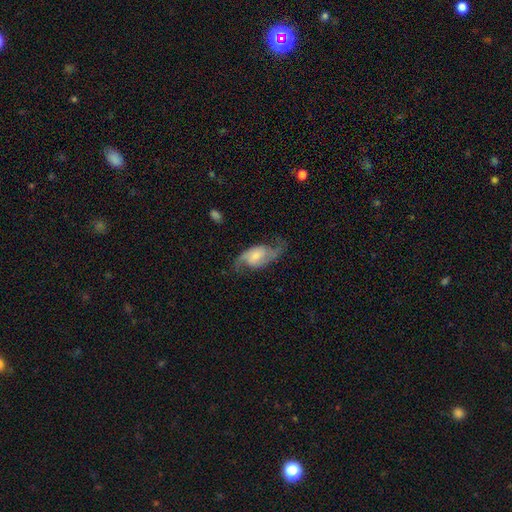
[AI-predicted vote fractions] The model was most divided on "bar": no: 45%, weak: 43%, strong: 12%. Remaining: edge-on disk — no (96%); spiral arms — yes (95%); spiral arm count — 2 (91%); smooth or featured — featured or disk (79%); merging — none (68%); spiral winding — loose (55%); bulge size — small (40%).